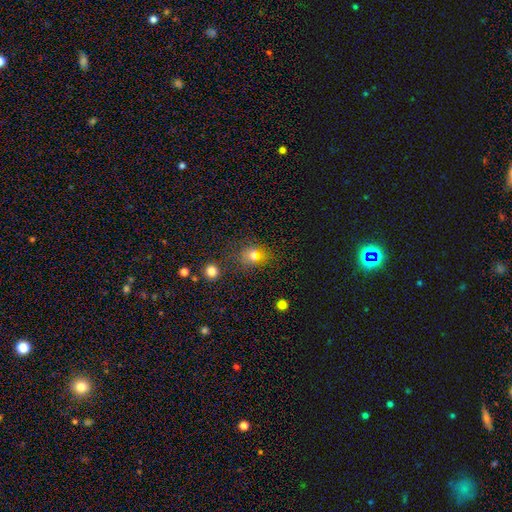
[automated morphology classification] Smooth or featured? Predicted: smooth (p=0.73). How rounded? Predicted: round (p=0.54). Merging? Predicted: none (p=0.72).